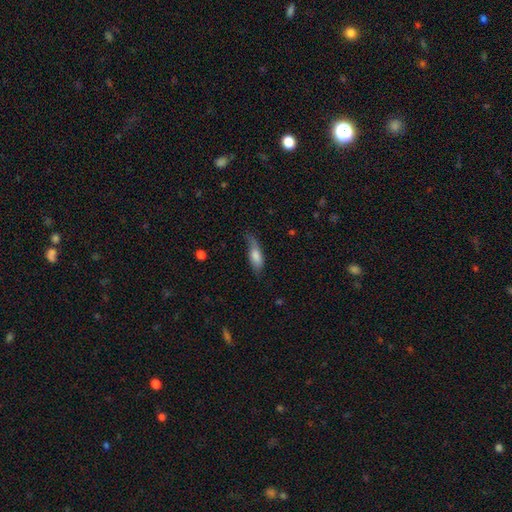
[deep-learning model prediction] This appears to be a smooth galaxy with no disk features (70%) that is in between round and cigar-shaped (58%). Merging: none (51%).